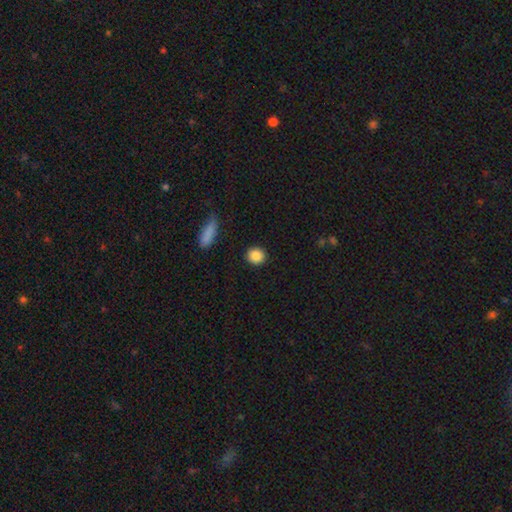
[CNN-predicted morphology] Overall: smooth (87%). How rounded: round (85%). Merging: none (91%).